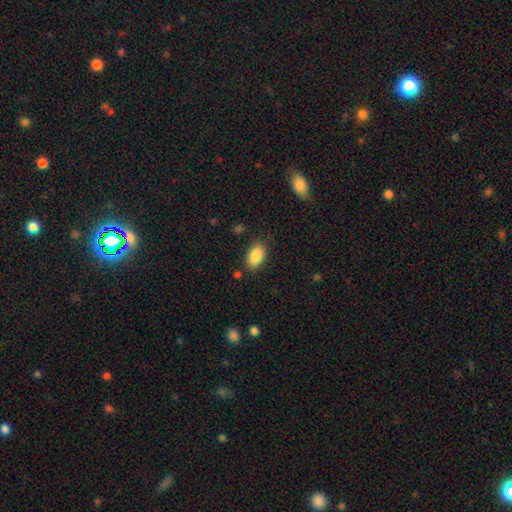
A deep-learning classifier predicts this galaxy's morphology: smooth-or-featured: smooth: 88% | star or artifact: 7% | featured or disk: 5%
  how-rounded: in between: 92% | round: 6% | cigar-shaped: 2%
  merging: none: 83% | minor disturbance: 11% | major disturbance: 3% | merger: 2%